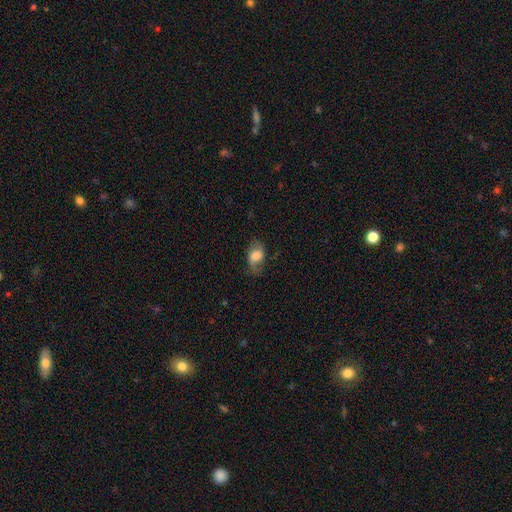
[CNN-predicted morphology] type=smooth (56%); roundness=in between (82%); merging=none (56%).